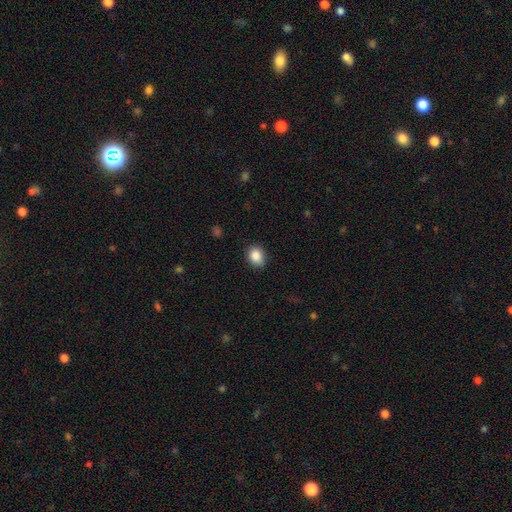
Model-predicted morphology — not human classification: A smooth galaxy with no disk features (87%) that is round (53%). Merging: none (83%).